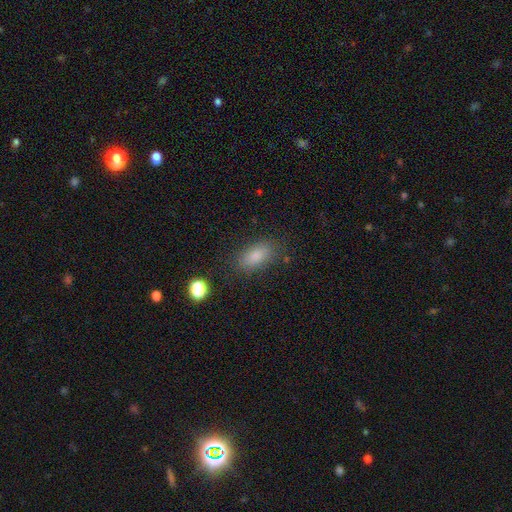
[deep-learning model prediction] Morphology: type=smooth (81%); roundness=in between (85%); merging=none (84%).